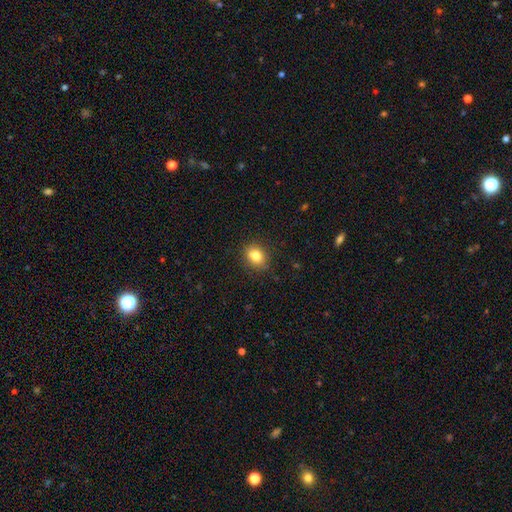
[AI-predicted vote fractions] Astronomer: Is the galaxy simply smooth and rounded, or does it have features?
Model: smooth — 82%.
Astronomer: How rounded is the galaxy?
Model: in between — 51% (runner-up: round, 48%).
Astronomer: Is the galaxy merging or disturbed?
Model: none — 85%.